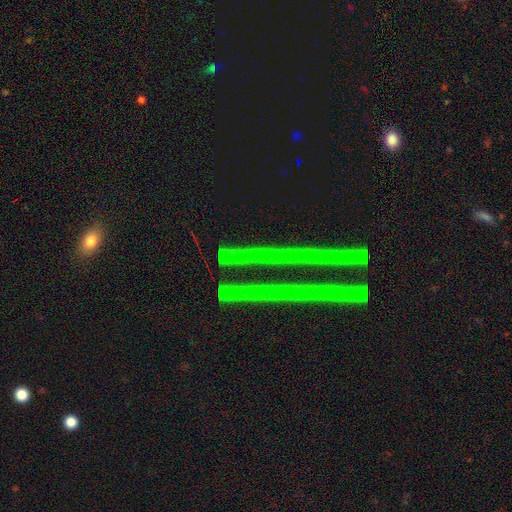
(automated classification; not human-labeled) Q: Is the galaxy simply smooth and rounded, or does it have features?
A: star or artifact — 80%.